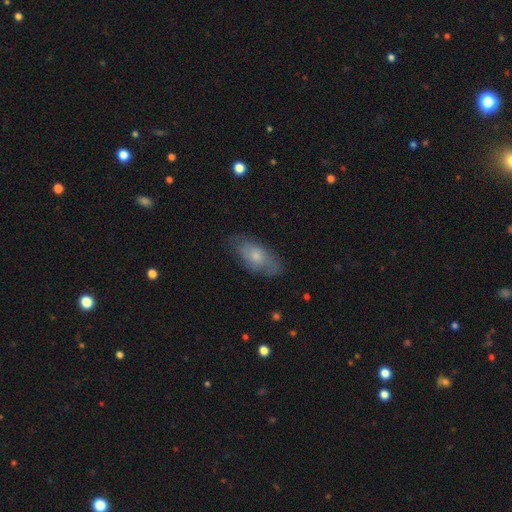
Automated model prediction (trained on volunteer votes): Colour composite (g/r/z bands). It shows a smooth galaxy with no disk features (61%) that is in between round and cigar-shaped (87%). Merging: none (73%).